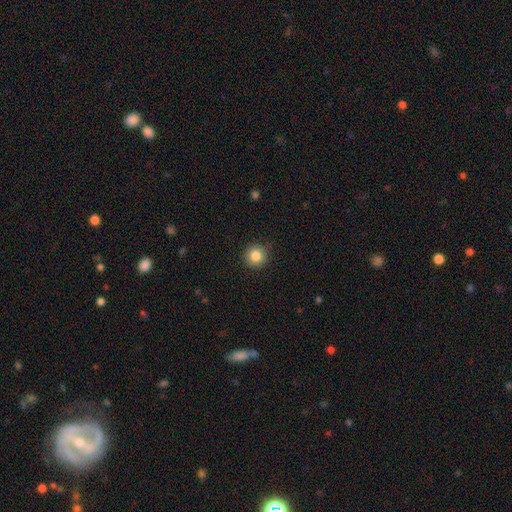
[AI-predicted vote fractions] smooth-or-featured: smooth: 84% | star or artifact: 10% | featured or disk: 7%
  how-rounded: round: 94% | in between: 5% | cigar-shaped: 1%
  merging: none: 89% | minor disturbance: 8% | major disturbance: 2% | merger: 1%